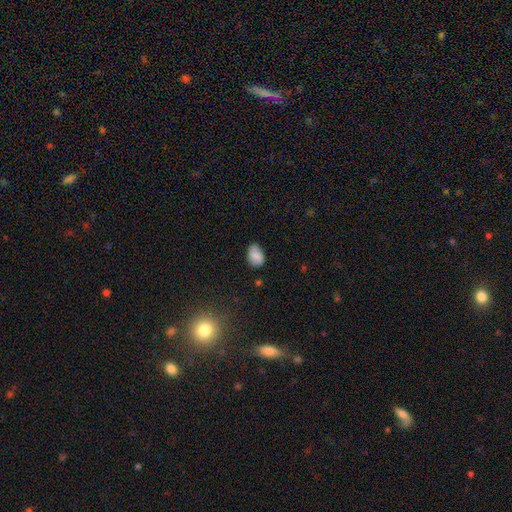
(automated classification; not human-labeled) smooth-or-featured: smooth: 80% | featured or disk: 12% | star or artifact: 9%
  how-rounded: in between: 81% | round: 18% | cigar-shaped: 1%
  merging: none: 69% | minor disturbance: 25% | major disturbance: 5% | merger: 2%